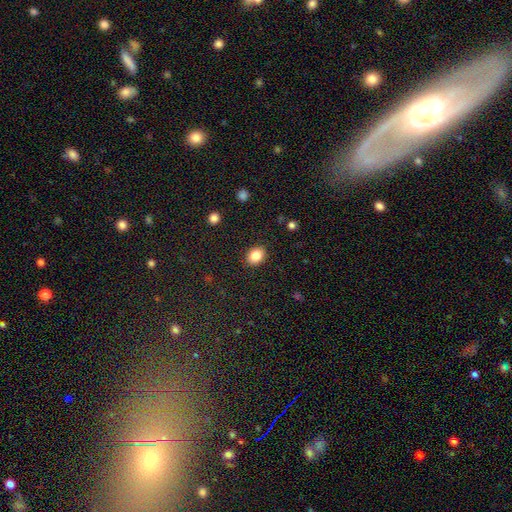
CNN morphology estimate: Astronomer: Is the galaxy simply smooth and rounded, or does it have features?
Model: smooth — 85%.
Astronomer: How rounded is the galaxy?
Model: in between — 58% (runner-up: round, 42%).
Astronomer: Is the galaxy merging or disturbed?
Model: none — 89%.